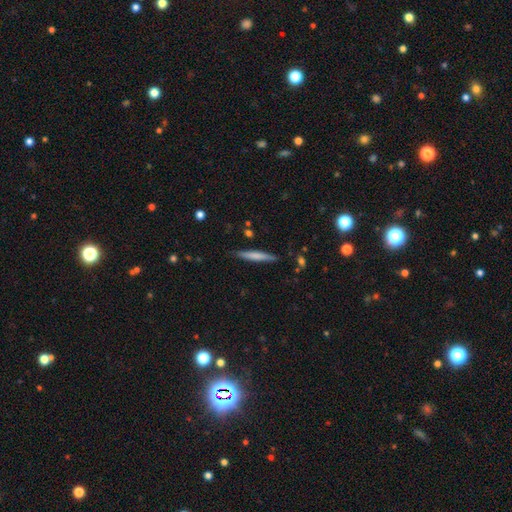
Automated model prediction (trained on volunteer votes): The model was most divided on "smooth or featured": smooth: 64%, featured or disk: 30%, star or artifact: 6%. More confident: how rounded — cigar-shaped (95%); merging — none (87%).